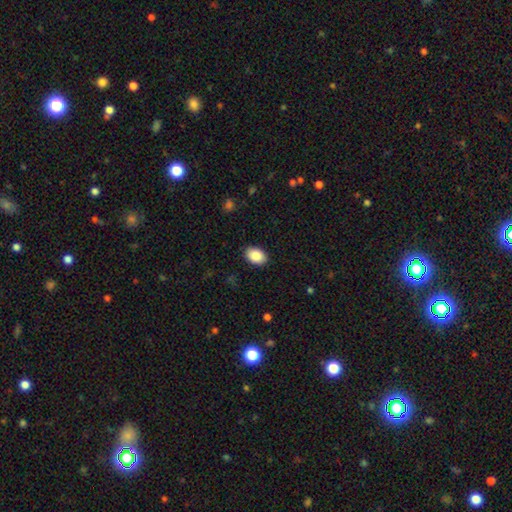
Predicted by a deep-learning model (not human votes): A smooth galaxy with no disk features (88%) that is in between round and cigar-shaped (85%). Merging: none (88%).